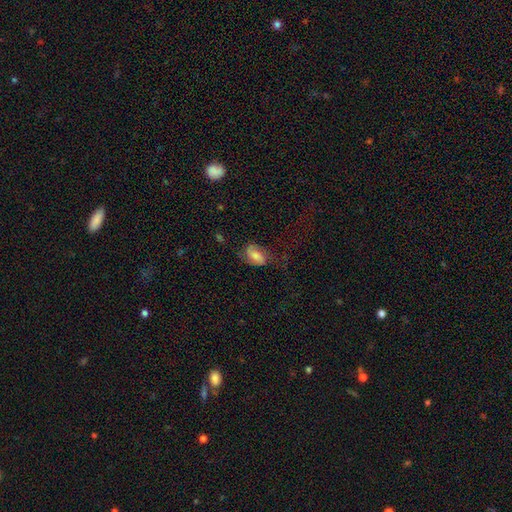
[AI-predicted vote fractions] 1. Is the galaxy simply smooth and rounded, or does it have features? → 46% featured or disk, 44% smooth, 10% star or artifact.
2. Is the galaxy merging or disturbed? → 52% none, 23% minor disturbance, 23% major disturbance, 2% merger.